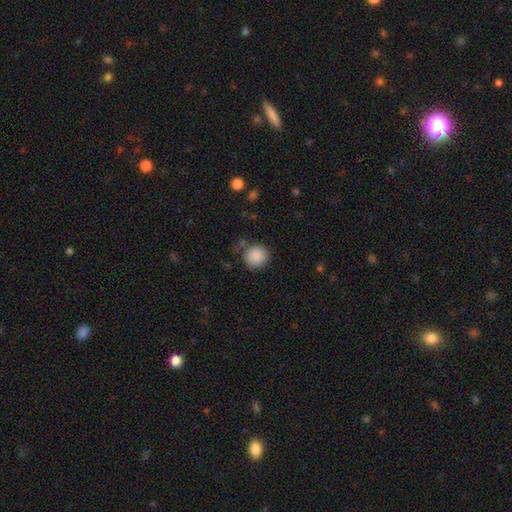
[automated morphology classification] Overall: smooth (89%). How rounded: round (93%). Merging: none (83%).